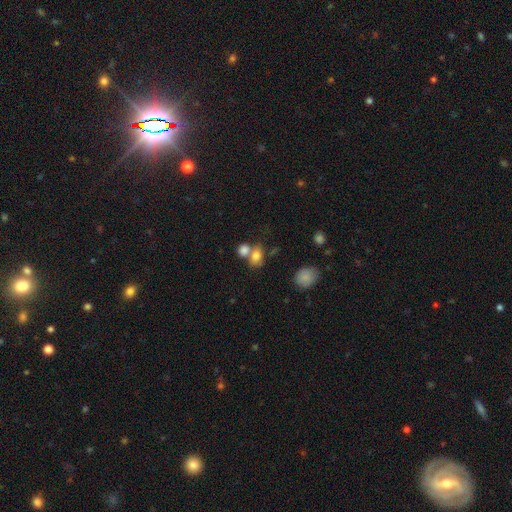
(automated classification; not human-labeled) Q: Smooth or featured?
A: smooth (78%); runner-up: featured or disk (12%)
Q: How rounded?
A: in between (60%); runner-up: round (38%)
Q: Merging?
A: merger (49%); runner-up: none (37%)